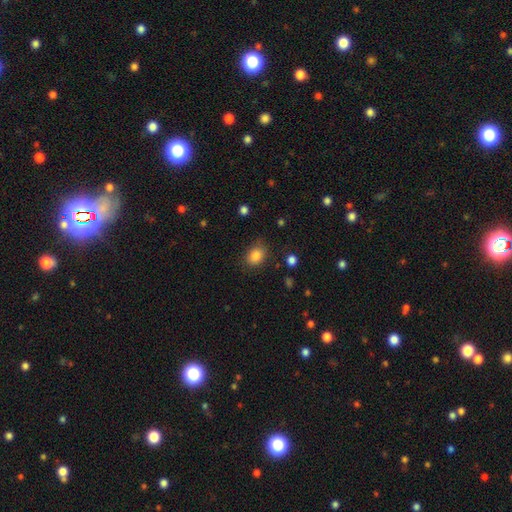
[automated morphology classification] A smooth galaxy with no disk features (86%) that is in between round and cigar-shaped (68%). Merging: none (78%).